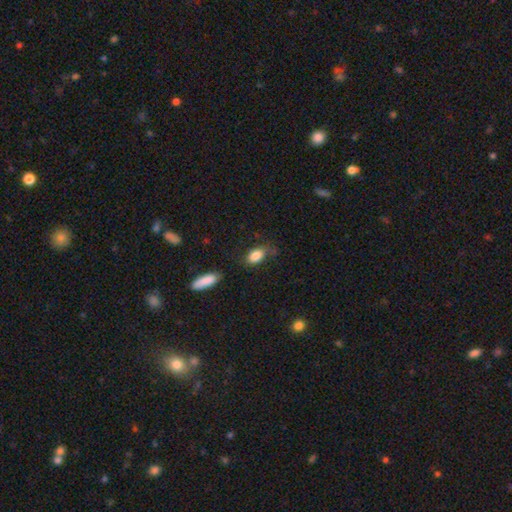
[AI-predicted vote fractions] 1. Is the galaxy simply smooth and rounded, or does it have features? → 85% smooth, 8% featured or disk, 8% star or artifact.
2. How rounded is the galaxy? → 88% in between, 9% round, 3% cigar-shaped.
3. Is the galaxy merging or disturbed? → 58% none, 26% minor disturbance, 12% major disturbance, 4% merger.